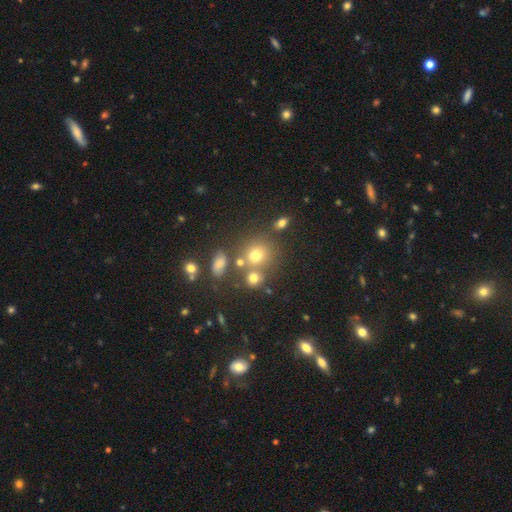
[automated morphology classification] Smooth or featured? smooth (67%)
How rounded? round (81%)
Merging? none (61%)